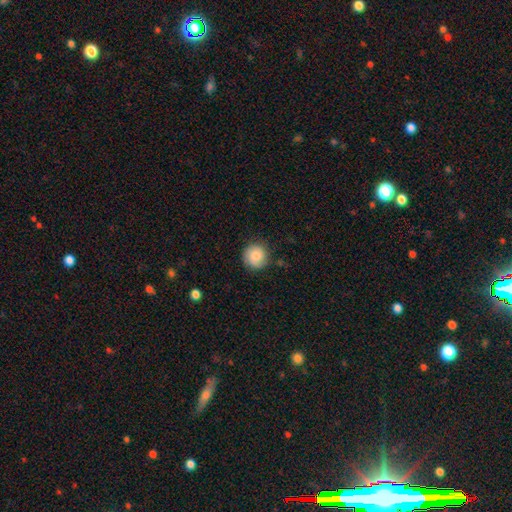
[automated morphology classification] smooth 83%, featured or disk 10%, star or artifact 8%. Down the decision tree: how rounded — round (93%); merging — none (81%).